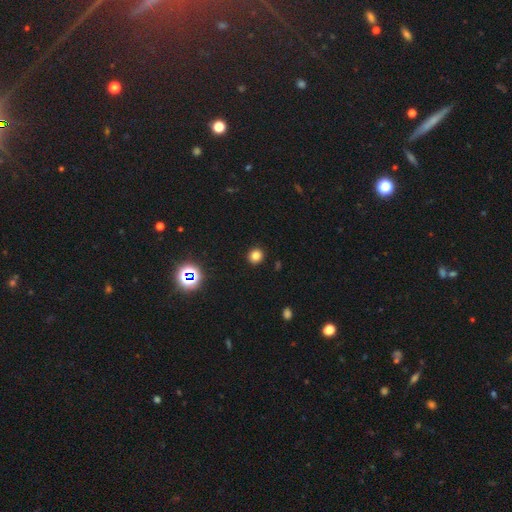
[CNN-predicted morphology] Smooth or featured? Predicted: smooth (p=0.78). How rounded? Predicted: round (p=0.86). Merging? Predicted: none (p=0.92).